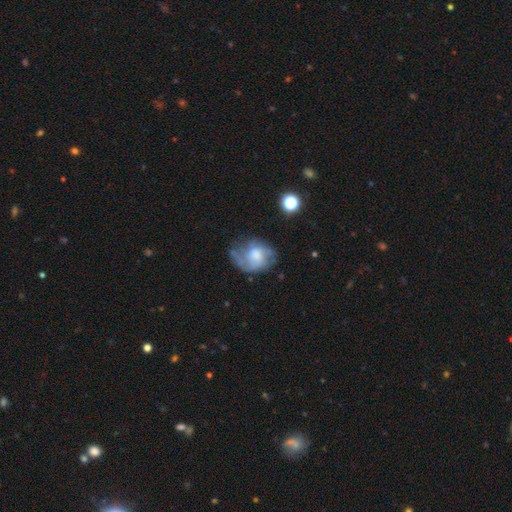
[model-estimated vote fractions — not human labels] Morphology: type=featured or disk (55%); edge-on=no (97%); bar=no (63%); spiral arms=yes (72%); bulge=moderate (33%); merging=none (44%).